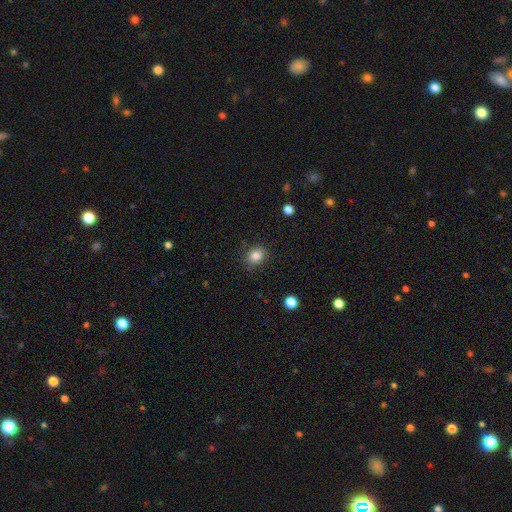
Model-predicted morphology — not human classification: smooth-or-featured: smooth: 84% | star or artifact: 10% | featured or disk: 6%
  how-rounded: in between: 55% | round: 44% | cigar-shaped: 1%
  merging: none: 84% | minor disturbance: 12% | major disturbance: 3% | merger: 1%